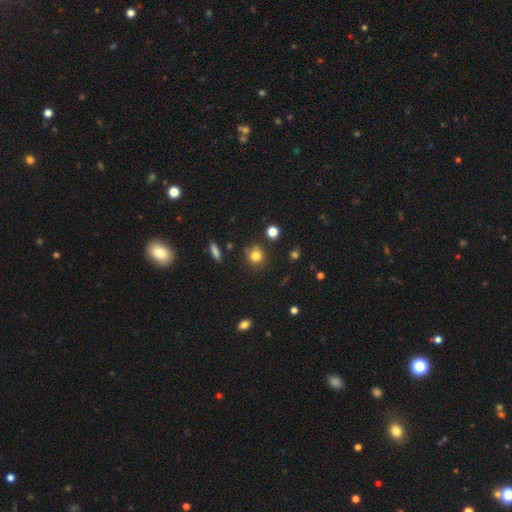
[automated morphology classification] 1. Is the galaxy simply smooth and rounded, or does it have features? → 79% smooth, 13% star or artifact, 7% featured or disk.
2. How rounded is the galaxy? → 88% round, 11% in between, 1% cigar-shaped.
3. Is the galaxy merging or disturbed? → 79% none, 13% minor disturbance, 5% merger, 3% major disturbance.